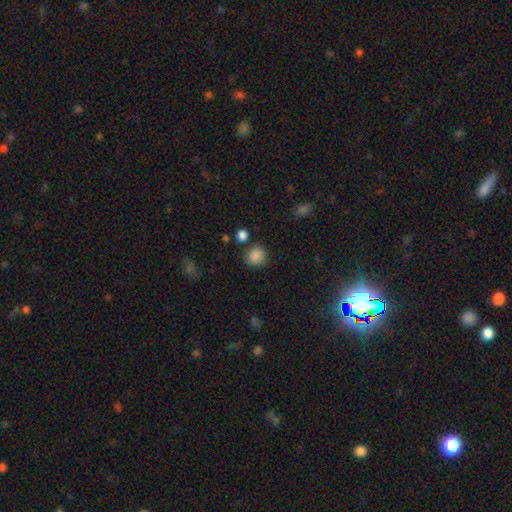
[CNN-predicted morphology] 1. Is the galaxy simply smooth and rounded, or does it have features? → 86% smooth, 10% star or artifact, 4% featured or disk.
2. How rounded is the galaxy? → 86% round, 13% in between, 1% cigar-shaped.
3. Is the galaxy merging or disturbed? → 81% none, 11% minor disturbance, 4% merger, 4% major disturbance.